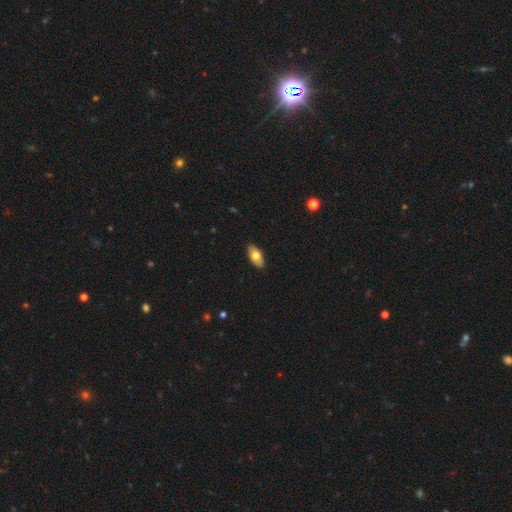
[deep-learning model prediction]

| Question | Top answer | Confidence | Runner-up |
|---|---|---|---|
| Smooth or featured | smooth | 70% | featured or disk (24%) |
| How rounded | in between | 92% | cigar-shaped (5%) |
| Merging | none | 88% | minor disturbance (9%) |